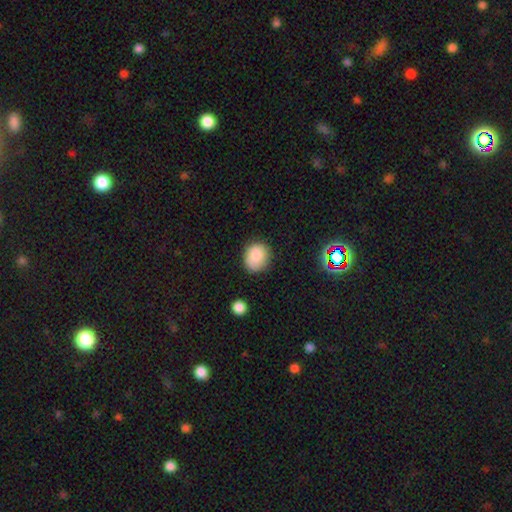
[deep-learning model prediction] The model was most divided on "how rounded": round: 66%, in between: 33%, cigar-shaped: 1%. More confident: smooth or featured — smooth (86%); merging — none (81%).